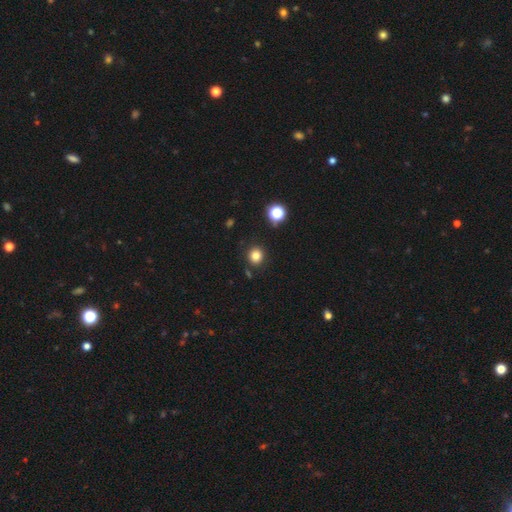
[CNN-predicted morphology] The model was most divided on "smooth or featured": smooth: 81%, star or artifact: 14%, featured or disk: 5%. More confident: how rounded — round (88%); merging — none (87%).